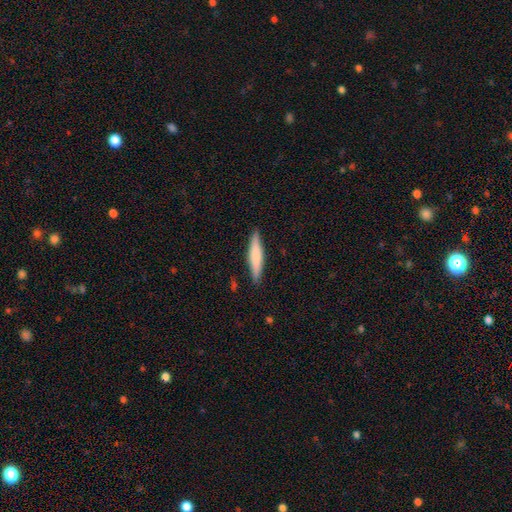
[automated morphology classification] Smooth or featured: smooth — 70% (featured or disk — 25%)
How rounded: cigar-shaped — 88% (in between — 11%)
Merging: none — 89% (minor disturbance — 9%)